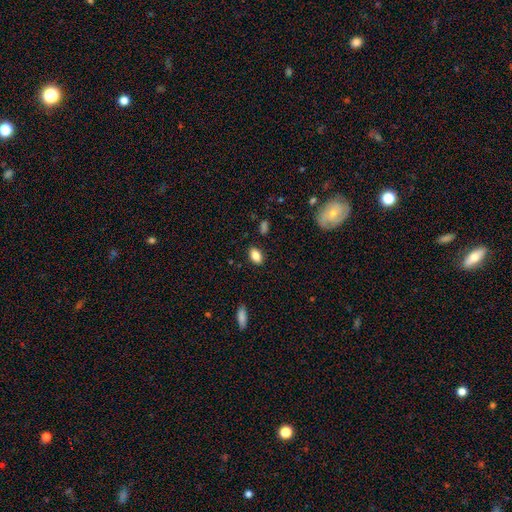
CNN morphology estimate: smooth_or_featured: smooth (p=0.85) [alt: star or artifact p=0.08]
how_rounded: in between (p=0.87) [alt: round p=0.11]
merging: none (p=0.87) [alt: minor disturbance p=0.10]